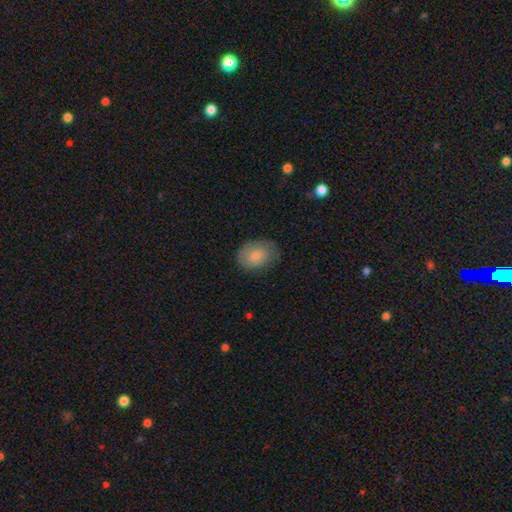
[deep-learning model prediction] Smooth or featured: smooth — 80% (featured or disk — 13%)
How rounded: in between — 74% (round — 26%)
Merging: none — 71% (minor disturbance — 22%)